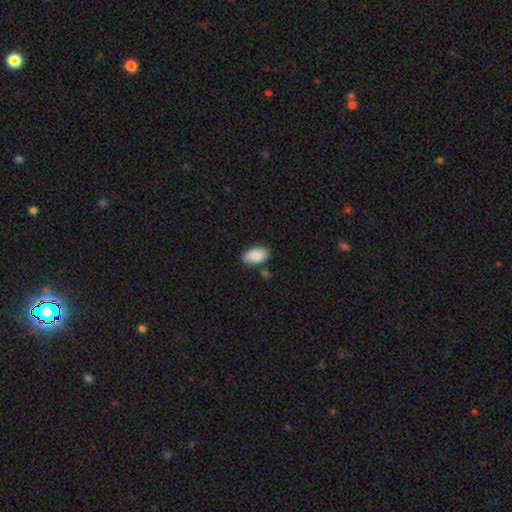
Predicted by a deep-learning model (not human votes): Smooth or featured: smooth — 84% (featured or disk — 9%)
How rounded: in between — 94% (round — 4%)
Merging: none — 77% (minor disturbance — 15%)